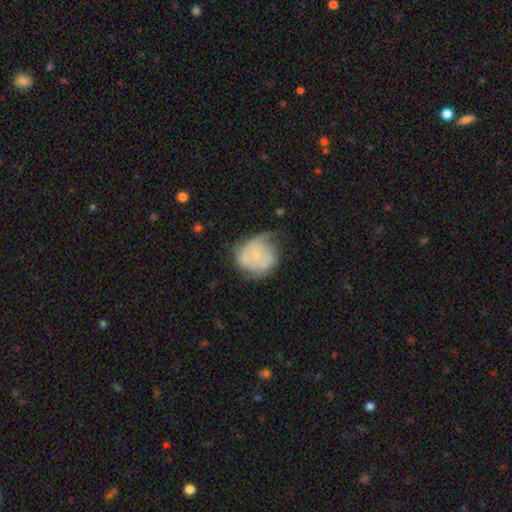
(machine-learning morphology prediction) smooth_or_featured: featured or disk (p=0.54) [alt: smooth p=0.38]
disk_edge_on: no (p=0.98) [alt: yes p=0.02]
bar: no (p=0.82) [alt: weak p=0.15]
has_spiral_arms: yes (p=0.64) [alt: no p=0.36]
bulge_size: small (p=0.70) [alt: moderate p=0.15]
merging: none (p=0.39) [alt: minor disturbance p=0.34]